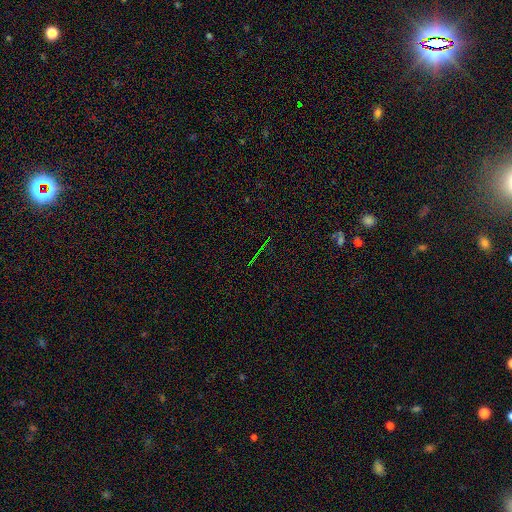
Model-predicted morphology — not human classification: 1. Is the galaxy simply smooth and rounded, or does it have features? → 76% star or artifact, 13% featured or disk, 11% smooth.